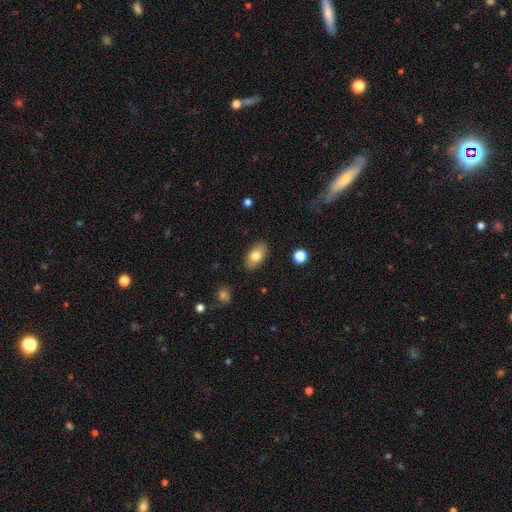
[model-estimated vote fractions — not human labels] smooth_or_featured: smooth (p=0.77) [alt: featured or disk p=0.15]
how_rounded: in between (p=0.92) [alt: round p=0.07]
merging: none (p=0.87) [alt: minor disturbance p=0.10]